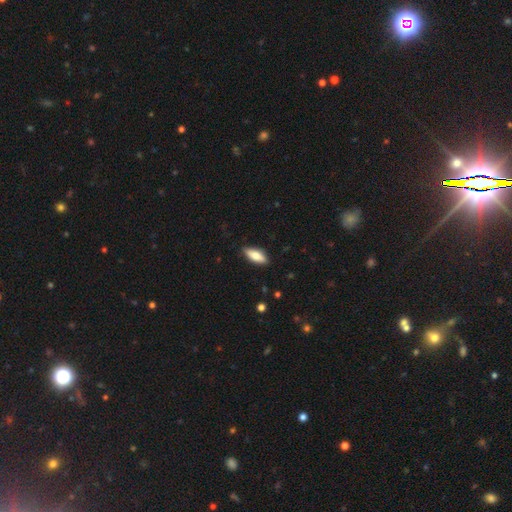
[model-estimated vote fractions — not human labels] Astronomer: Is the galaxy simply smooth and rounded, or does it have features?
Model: smooth — 74%.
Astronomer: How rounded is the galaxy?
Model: in between — 73%.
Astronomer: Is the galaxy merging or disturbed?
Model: none — 87%.